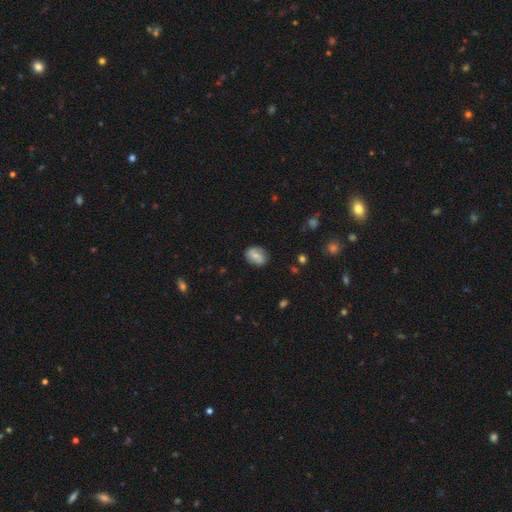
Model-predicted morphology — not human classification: Q: Smooth or featured?
A: smooth (51%); runner-up: featured or disk (41%)
Q: How rounded?
A: in between (65%); runner-up: round (33%)
Q: Merging?
A: none (79%); runner-up: minor disturbance (16%)